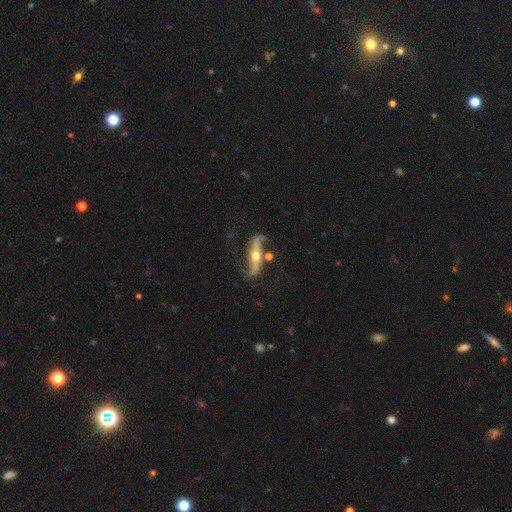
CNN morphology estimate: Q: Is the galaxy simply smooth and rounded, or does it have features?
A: featured or disk — 83%.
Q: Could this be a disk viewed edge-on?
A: no — 72%.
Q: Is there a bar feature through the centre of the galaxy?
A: no — 46%.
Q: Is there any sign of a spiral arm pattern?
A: yes — 92%.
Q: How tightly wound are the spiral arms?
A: loose — 79%.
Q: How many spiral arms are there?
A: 2 — 91%.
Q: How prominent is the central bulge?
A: moderate — 69%.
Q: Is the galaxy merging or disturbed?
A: none — 68%.